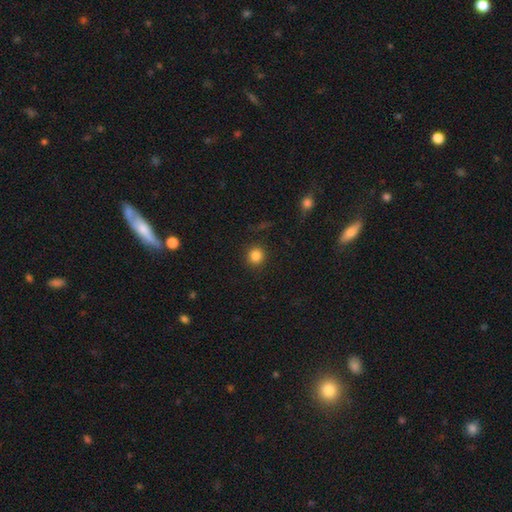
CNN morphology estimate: smooth_or_featured: smooth (p=0.84) [alt: star or artifact p=0.11]
how_rounded: round (p=0.91) [alt: in between p=0.08]
merging: none (p=0.89) [alt: minor disturbance p=0.07]